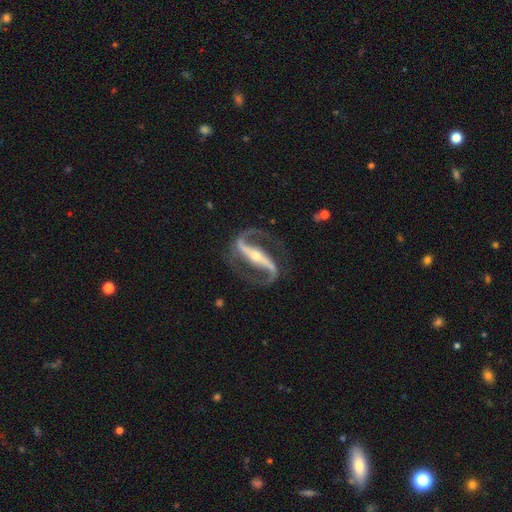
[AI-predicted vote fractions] Smooth or featured? featured or disk (94%)
Edge-on disk? no (94%)
Bar? strong (79%)
Spiral arms? yes (98%)
Spiral winding? medium (53%)
Spiral arm count? 2 (94%)
Bulge size? small (62%)
Merging? none (82%)